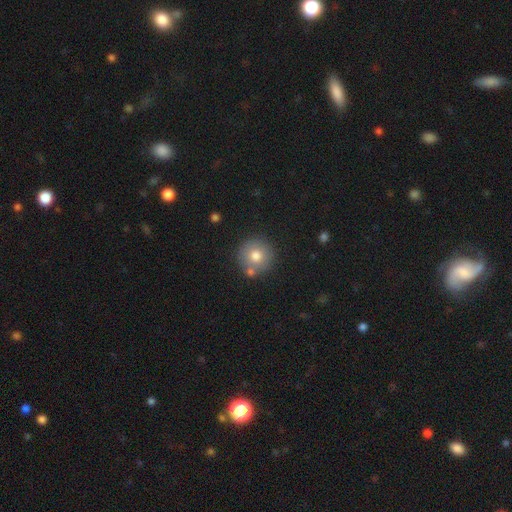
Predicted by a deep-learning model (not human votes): Overall: smooth (75%). How rounded: round (95%). Merging: none (77%).